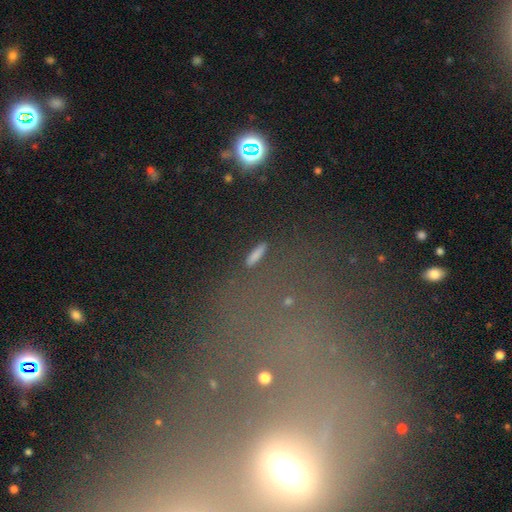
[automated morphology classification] A smooth galaxy with no disk features (42%).

Vote fractions:
- Smooth or featured? smooth: 42% / star or artifact: 40% / featured or disk: 18%
- Merging? none: 82% / minor disturbance: 9% / major disturbance: 5% / merger: 4%